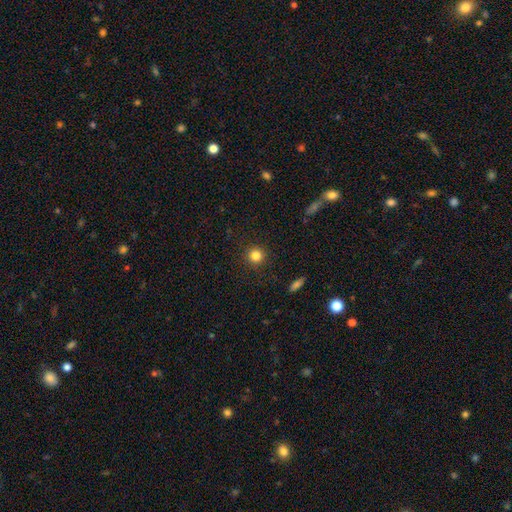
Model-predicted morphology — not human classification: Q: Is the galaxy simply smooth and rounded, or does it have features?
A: smooth — 83%.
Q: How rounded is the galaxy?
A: round — 94%.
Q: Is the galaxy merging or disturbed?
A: none — 91%.